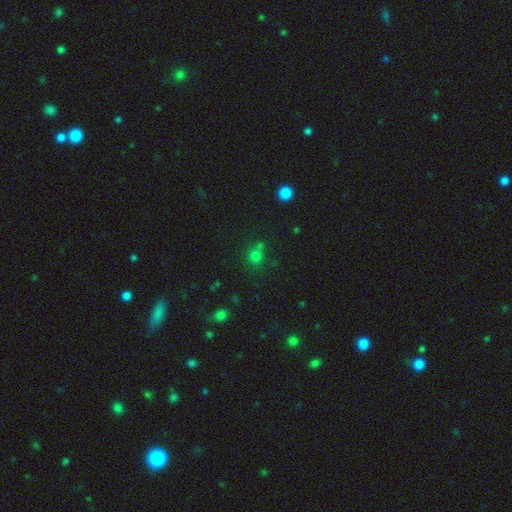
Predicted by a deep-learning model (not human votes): Smooth or featured? Predicted: smooth (p=0.70). How rounded? Predicted: round (p=0.84). Merging? Predicted: none (p=0.63).